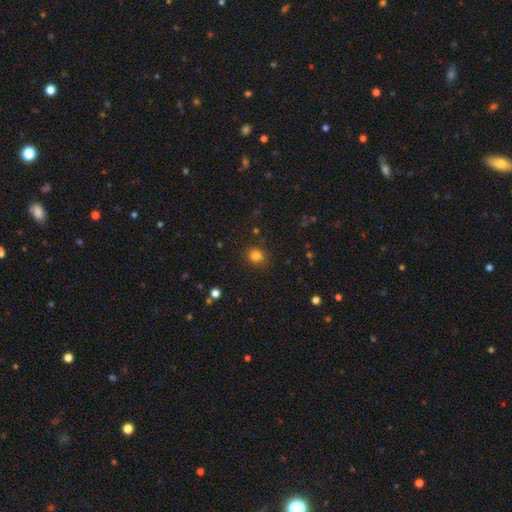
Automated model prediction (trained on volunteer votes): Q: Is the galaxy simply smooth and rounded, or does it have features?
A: smooth — 82%.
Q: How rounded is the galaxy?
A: round — 85%.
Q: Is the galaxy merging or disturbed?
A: none — 87%.